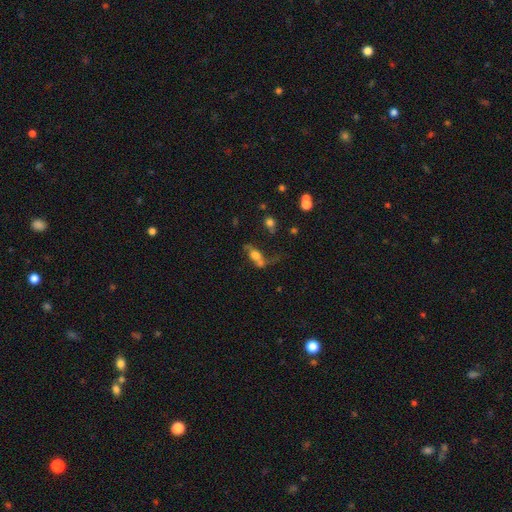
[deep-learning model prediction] A smooth galaxy with no disk features (49%). Merging: none (35%).